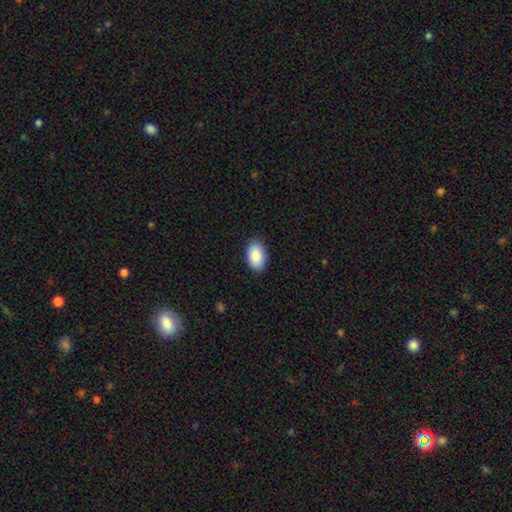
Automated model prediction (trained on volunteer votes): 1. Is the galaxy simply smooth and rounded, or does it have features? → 88% smooth, 6% star or artifact, 6% featured or disk.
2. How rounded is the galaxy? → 92% in between, 7% round, 1% cigar-shaped.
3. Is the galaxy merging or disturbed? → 87% none, 10% minor disturbance, 2% major disturbance, 1% merger.